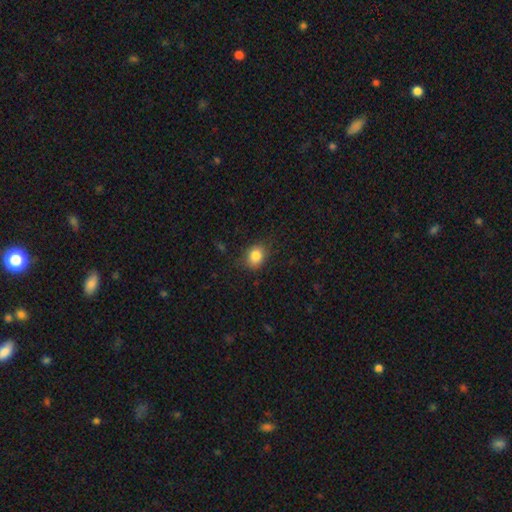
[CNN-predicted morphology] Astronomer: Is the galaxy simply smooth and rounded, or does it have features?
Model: smooth — 84%.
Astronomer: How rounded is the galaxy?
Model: round — 53% (runner-up: in between, 46%).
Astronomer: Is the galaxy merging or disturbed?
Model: none — 78%.